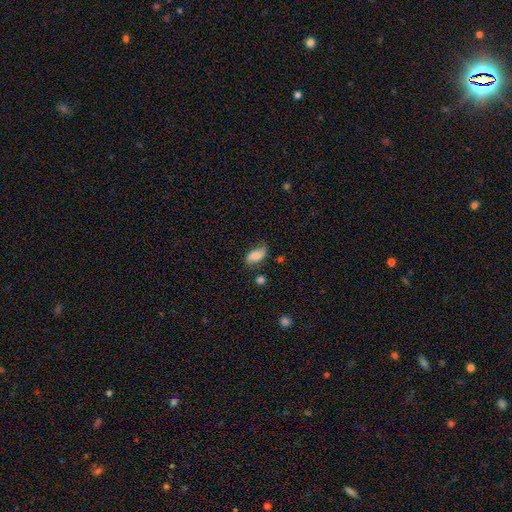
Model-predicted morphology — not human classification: Smooth or featured? Predicted: smooth (p=0.56). How rounded? Predicted: in between (p=0.89). Merging? Predicted: none (p=0.58).